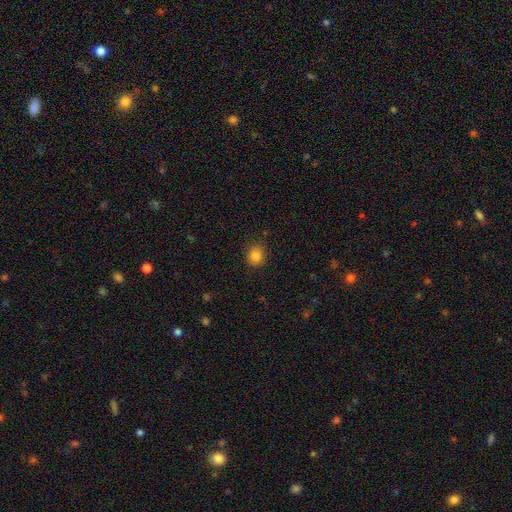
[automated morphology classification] Q: Smooth or featured?
A: smooth (84%); runner-up: star or artifact (11%)
Q: How rounded?
A: round (84%); runner-up: in between (15%)
Q: Merging?
A: none (88%); runner-up: minor disturbance (9%)